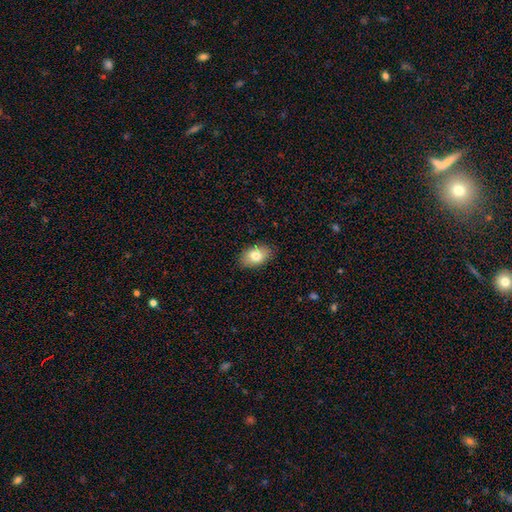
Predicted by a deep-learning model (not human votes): The model was most divided on "smooth or featured": smooth: 79%, featured or disk: 13%, star or artifact: 7%. More confident: how rounded — in between (90%); merging — none (87%).